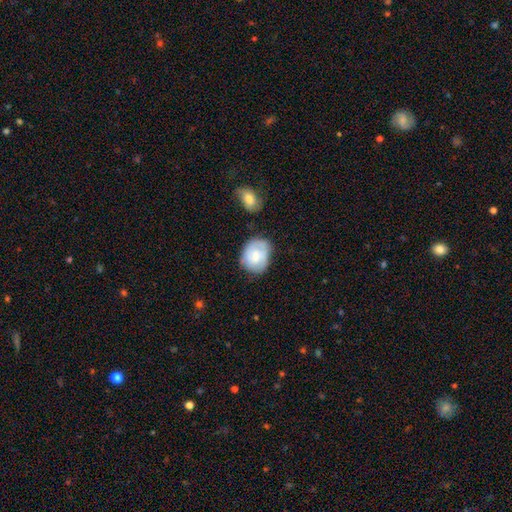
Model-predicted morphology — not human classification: A smooth galaxy with no disk features (53%) that is round (52%). Merging: none (62%).